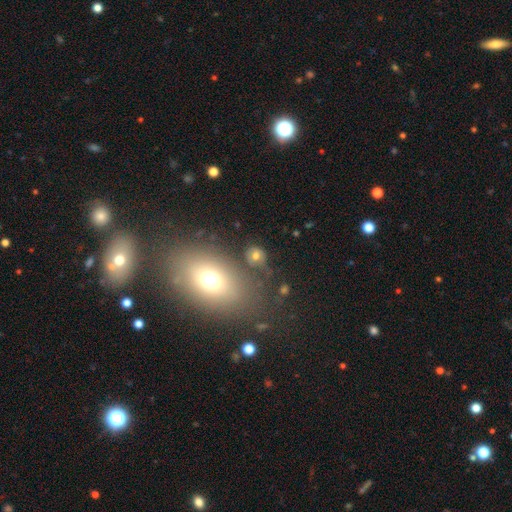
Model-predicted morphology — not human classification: type=smooth (64%); roundness=round (59%); merging=none (65%).